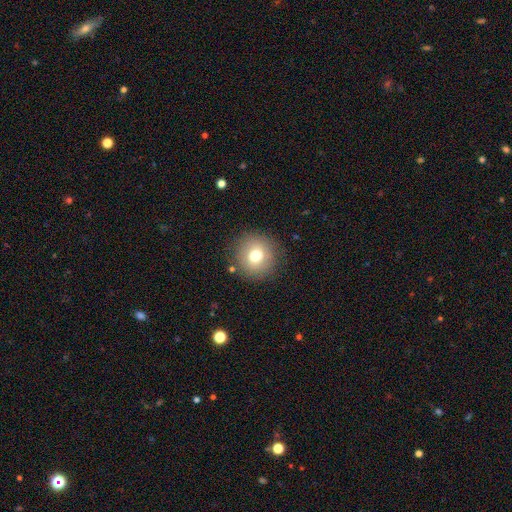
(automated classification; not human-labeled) Morphology: type=smooth (74%); roundness=round (92%); merging=none (87%).